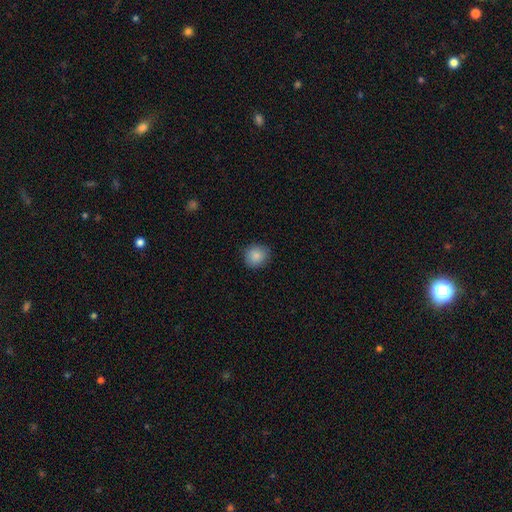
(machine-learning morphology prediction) A smooth galaxy with no disk features (87%) that is round (81%). Merging: none (87%).